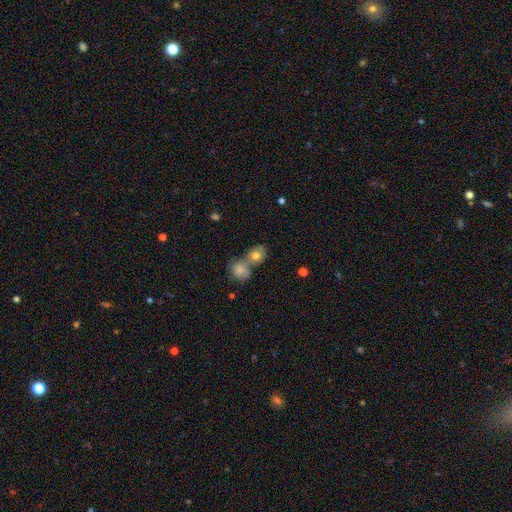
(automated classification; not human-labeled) Smooth or featured?
  - smooth: 76% *
  - featured or disk: 15%
  - star or artifact: 9%
How rounded?
  - round: 58% *
  - in between: 41%
  - cigar-shaped: 2%
Merging?
  - merger: 46% *
  - none: 40%
  - minor disturbance: 10%
  - major disturbance: 4%